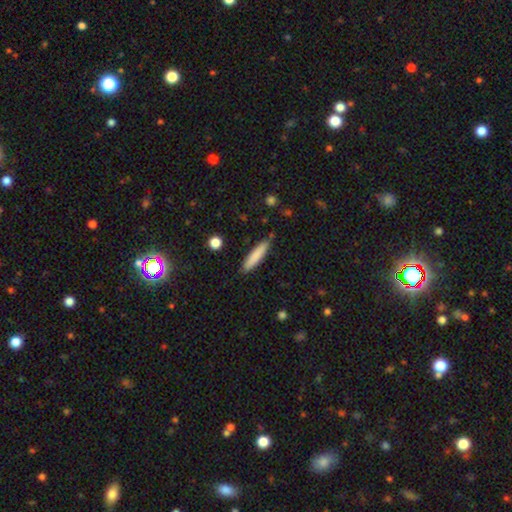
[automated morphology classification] Smooth or featured? Predicted: smooth (p=0.82). How rounded? Predicted: cigar-shaped (p=0.86). Merging? Predicted: none (p=0.87).